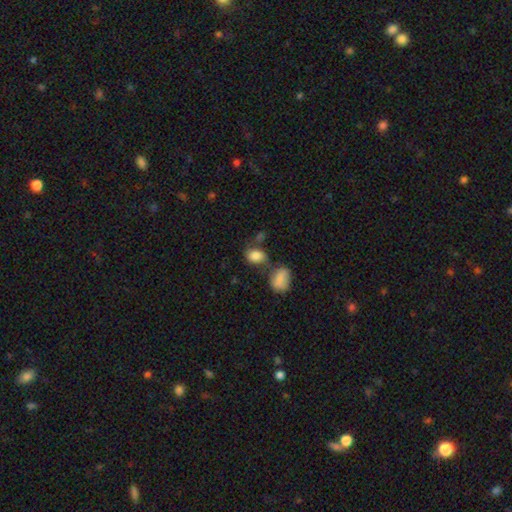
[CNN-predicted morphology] This is clearly a smooth galaxy (84%). How rounded: clearly in between (80%). Merging: possibly none (53%).